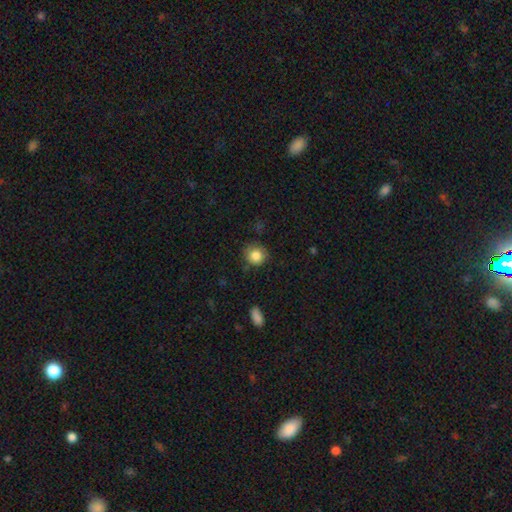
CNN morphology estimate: Smooth or featured?
  - smooth: 85% *
  - star or artifact: 9%
  - featured or disk: 6%
How rounded?
  - round: 87% *
  - in between: 12%
  - cigar-shaped: 1%
Merging?
  - none: 78% *
  - minor disturbance: 17%
  - major disturbance: 4%
  - merger: 2%